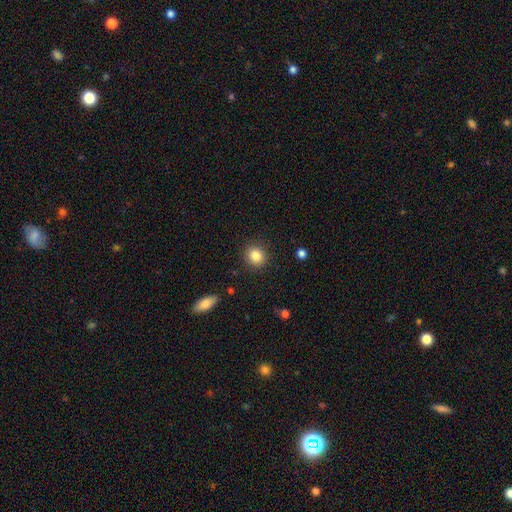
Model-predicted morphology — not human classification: A smooth galaxy with no disk features (84%) that is round (78%). Merging: none (89%).